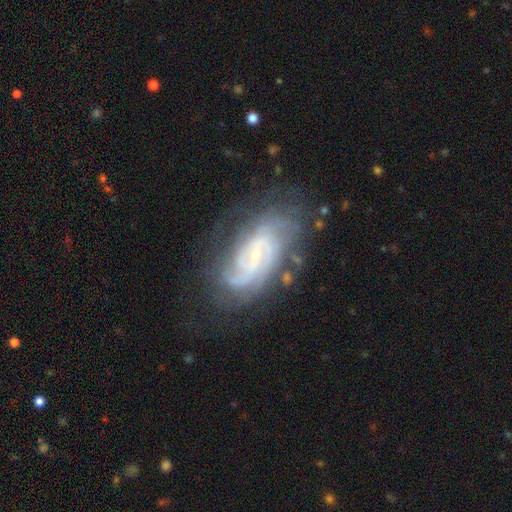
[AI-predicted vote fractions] Q: Smooth or featured?
A: featured or disk (87%); runner-up: smooth (7%)
Q: Edge-on disk?
A: no (96%); runner-up: yes (4%)
Q: Bar?
A: weak (47%); runner-up: no (37%)
Q: Spiral arms?
A: yes (96%); runner-up: no (4%)
Q: Spiral winding?
A: tight (55%); runner-up: medium (36%)
Q: Spiral arm count?
A: 2 (33%); runner-up: can't tell (28%)
Q: Bulge size?
A: small (78%); runner-up: moderate (15%)
Q: Merging?
A: none (68%); runner-up: minor disturbance (20%)